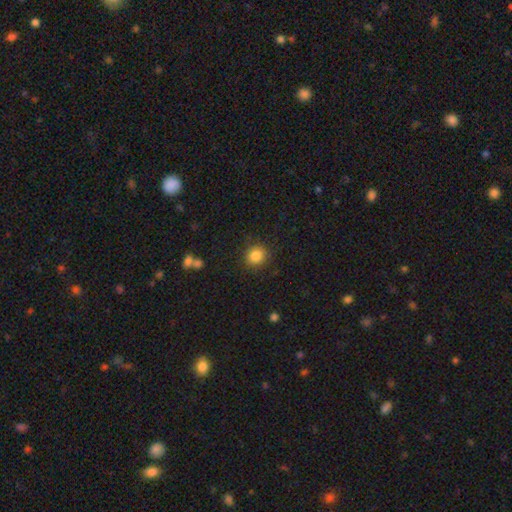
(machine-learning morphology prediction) Q: Smooth or featured?
A: smooth (85%); runner-up: star or artifact (10%)
Q: How rounded?
A: round (86%); runner-up: in between (13%)
Q: Merging?
A: none (86%); runner-up: minor disturbance (9%)